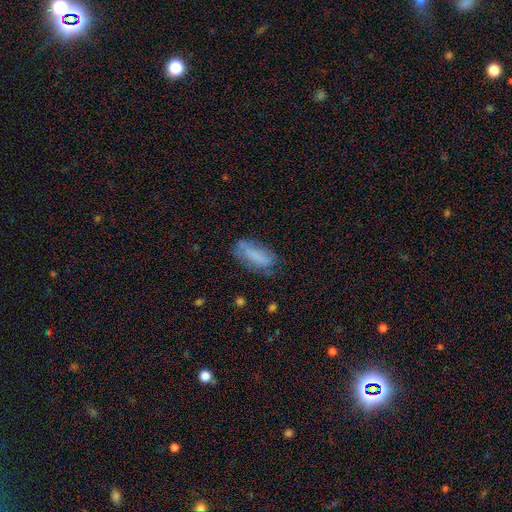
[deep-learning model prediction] smooth_or_featured: smooth (p=0.70) [alt: featured or disk p=0.21]
how_rounded: in between (p=0.78) [alt: cigar-shaped p=0.20]
merging: none (p=0.55) [alt: minor disturbance p=0.29]